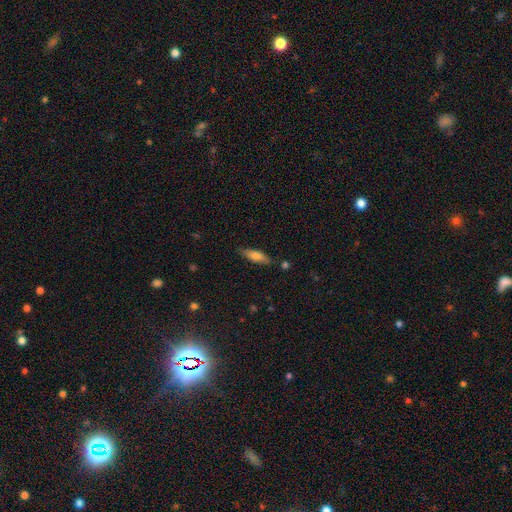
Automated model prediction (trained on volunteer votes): A smooth galaxy with no disk features (68%) that is cigar-shaped (58%). Merging: none (83%).